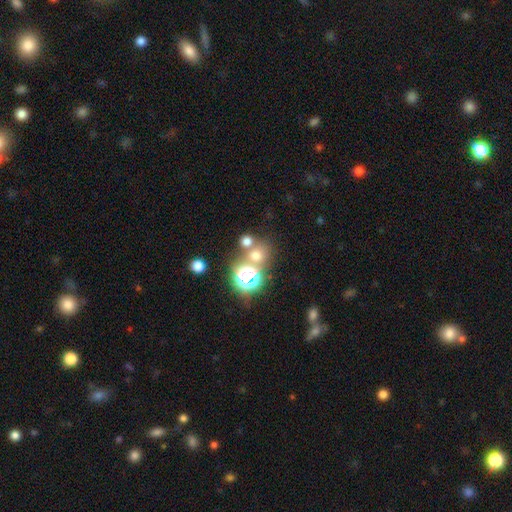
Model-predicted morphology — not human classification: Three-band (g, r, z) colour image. It shows a smooth galaxy with no disk features (58%) that is round (81%). Merging: none (58%).